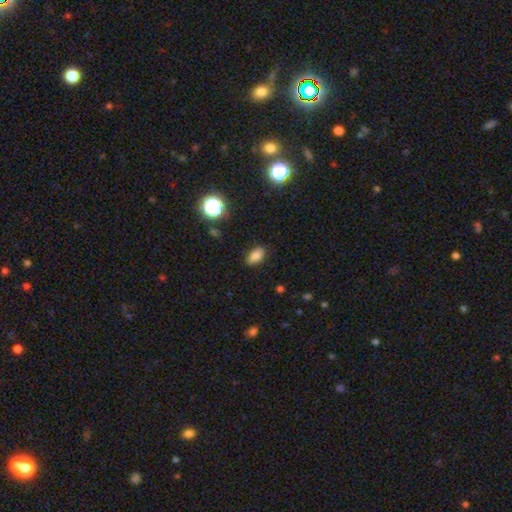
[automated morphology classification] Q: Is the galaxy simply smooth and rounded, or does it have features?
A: smooth — 78%.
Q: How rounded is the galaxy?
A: in between — 87%.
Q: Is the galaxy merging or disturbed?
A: none — 83%.